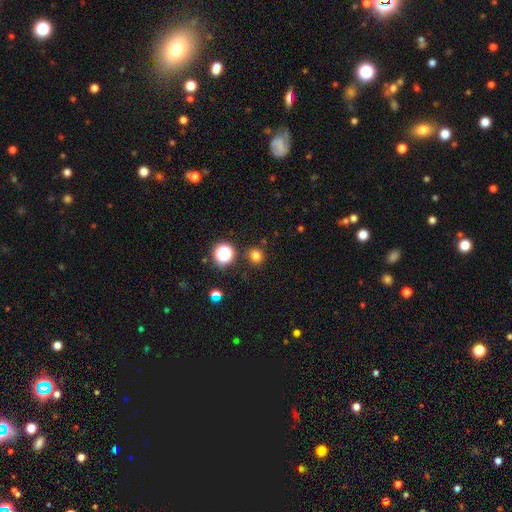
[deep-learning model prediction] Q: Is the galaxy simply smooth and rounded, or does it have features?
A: smooth — 76%.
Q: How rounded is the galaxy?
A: round — 93%.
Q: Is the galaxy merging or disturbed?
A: none — 88%.